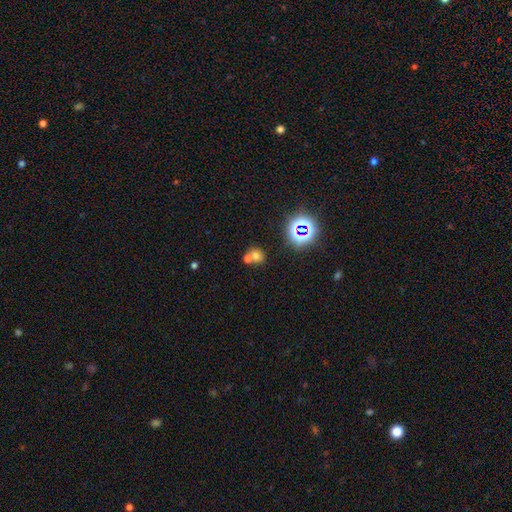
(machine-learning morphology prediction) This appears to be a smooth galaxy with no disk features (63%) that is round (76%). Merging: merger (46%).